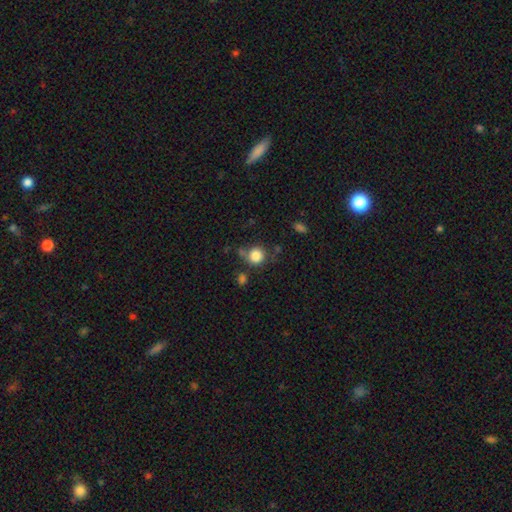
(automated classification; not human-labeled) Smooth or featured?
  - smooth: 84% *
  - star or artifact: 10%
  - featured or disk: 5%
How rounded?
  - round: 90% *
  - in between: 9%
  - cigar-shaped: 1%
Merging?
  - none: 68% *
  - minor disturbance: 15%
  - merger: 11%
  - major disturbance: 6%